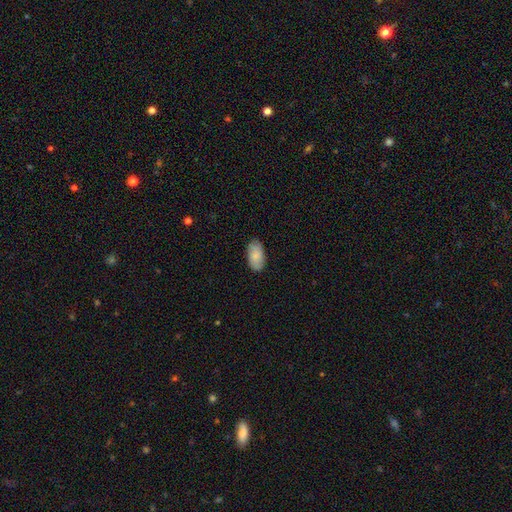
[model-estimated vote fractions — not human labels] The model was most divided on "merging": none: 85%, minor disturbance: 12%, major disturbance: 2%, merger: 1%. More confident: how rounded — in between (95%); smooth or featured — smooth (86%).